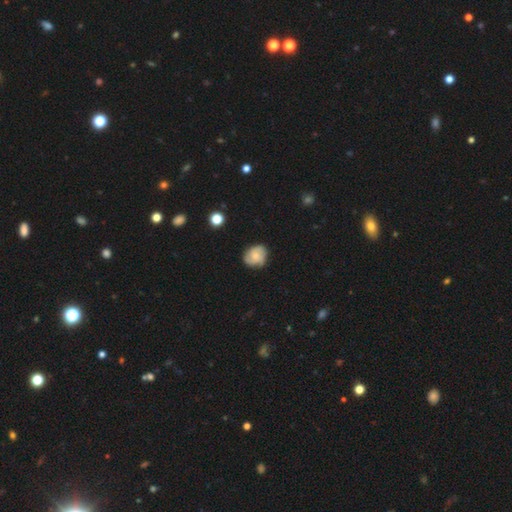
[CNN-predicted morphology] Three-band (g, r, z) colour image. It shows a featured or disk galaxy (51%). Merging: none (75%).